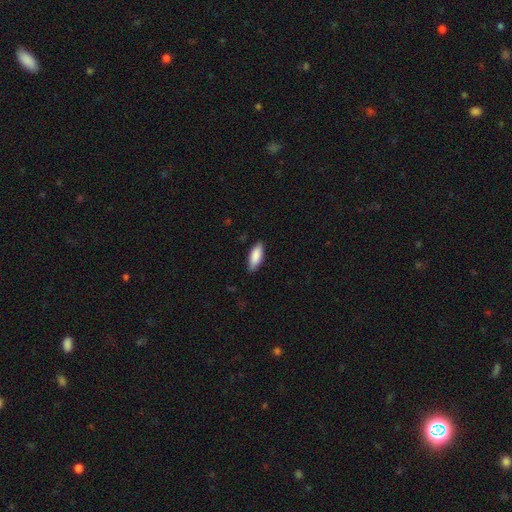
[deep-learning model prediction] This is clearly a smooth galaxy (88%). How rounded: likely in between (77%). Merging: clearly none (84%).